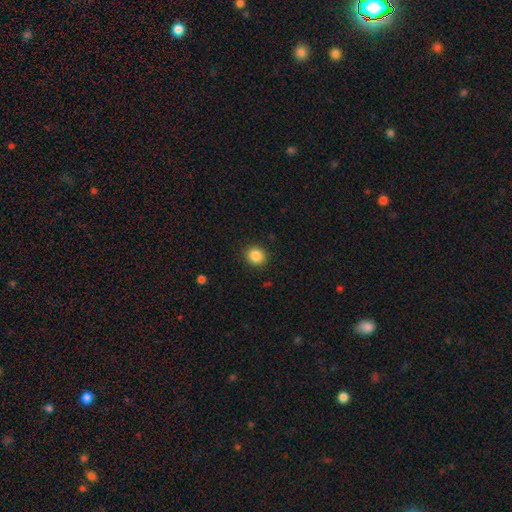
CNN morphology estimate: Smooth or featured? Predicted: smooth (p=0.86). How rounded? Predicted: round (p=0.85). Merging? Predicted: none (p=0.90).